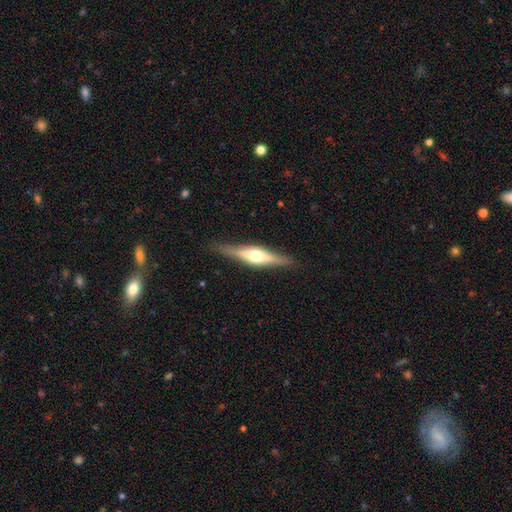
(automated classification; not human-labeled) smooth-or-featured: featured or disk: 71% | smooth: 24% | star or artifact: 6%
  disk-edge-on: yes: 96% | no: 4%
    edge-on-bulge: rounded: 88% | boxy: 10% | none: 3%
  merging: none: 87% | minor disturbance: 9% | major disturbance: 2% | merger: 1%